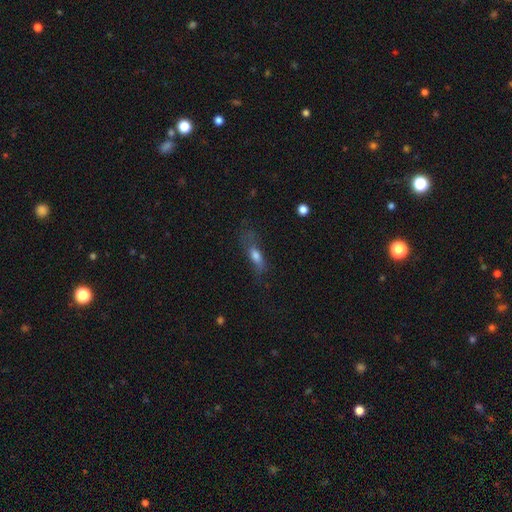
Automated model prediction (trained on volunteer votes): smooth_or_featured: smooth (p=0.66) [alt: featured or disk p=0.23]
how_rounded: in between (p=0.51) [alt: cigar-shaped p=0.45]
merging: none (p=0.47) [alt: minor disturbance p=0.27]